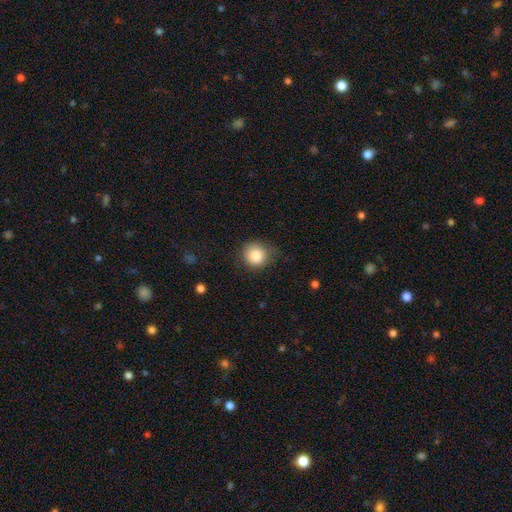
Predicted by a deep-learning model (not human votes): smooth_or_featured: smooth (p=0.84) [alt: star or artifact p=0.09]
how_rounded: round (p=0.88) [alt: in between p=0.11]
merging: none (p=0.74) [alt: minor disturbance p=0.20]